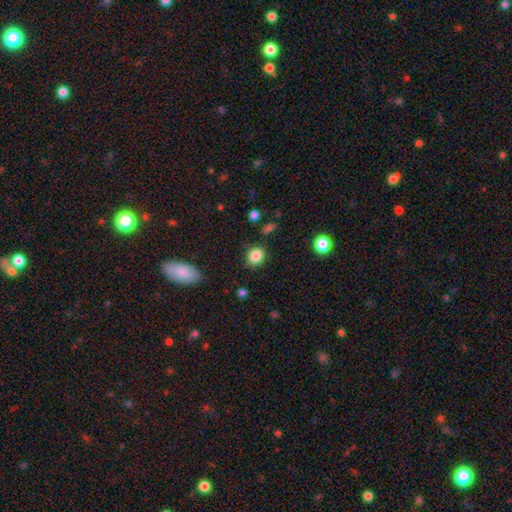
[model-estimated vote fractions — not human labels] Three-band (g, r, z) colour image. It shows a smooth galaxy with no disk features (85%) that is round (65%). Merging: none (85%).